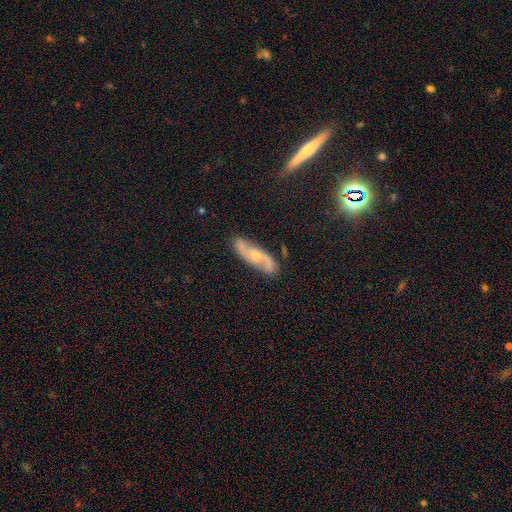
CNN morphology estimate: This is clearly a featured or disk galaxy (81%). It is clearly not viewed edge-on (89%). Bar: possibly no (58%). Spiral arm pattern: clearly yes (95%). Spiral arm count: clearly 2 (92%). Spiral winding: possibly medium (48%). Central bulge: possibly moderate (47%). Merging: clearly none (84%).